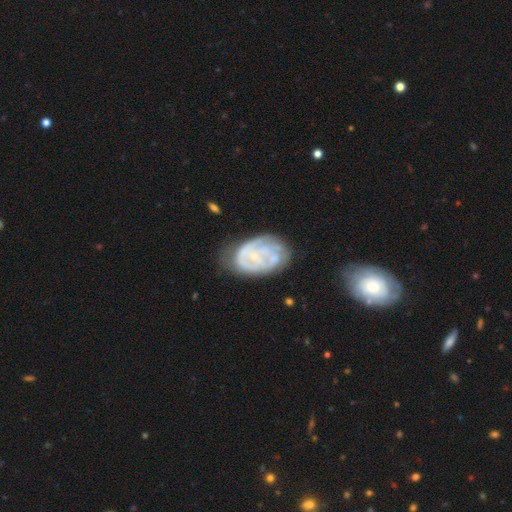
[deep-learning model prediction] A featured or disk galaxy (73%) with no bar (73%), tight (62%) spiral arms (74%) and a small central bulge (72%). Merging: none (52%).